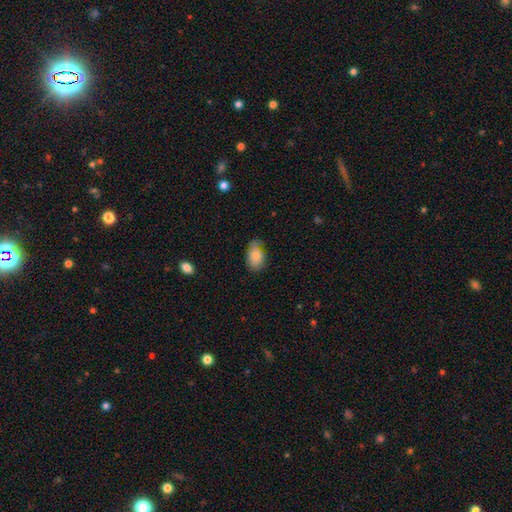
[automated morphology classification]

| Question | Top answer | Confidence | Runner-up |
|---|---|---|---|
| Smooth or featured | smooth | 76% | featured or disk (16%) |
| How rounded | in between | 85% | round (14%) |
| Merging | none | 50% | minor disturbance (36%) |